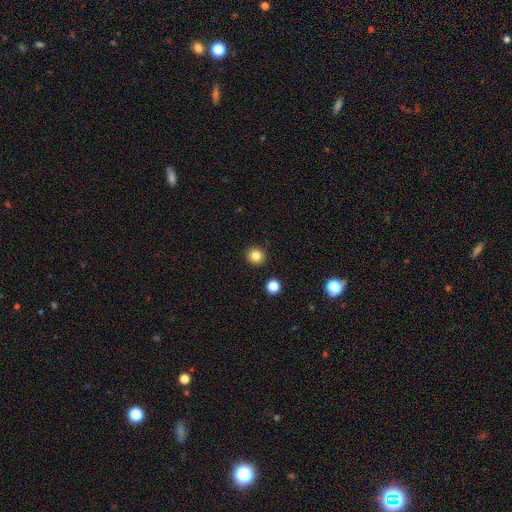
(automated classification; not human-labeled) This is clearly a smooth galaxy (84%). How rounded: clearly round (90%). Merging: clearly none (92%).